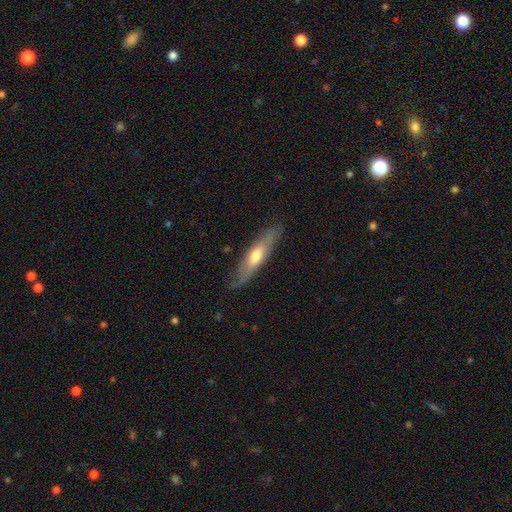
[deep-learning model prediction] The model was most divided on "smooth or featured": featured or disk: 50%, smooth: 44%, star or artifact: 5%. More confident: merging — none (77%); edge-on disk — yes (67%).